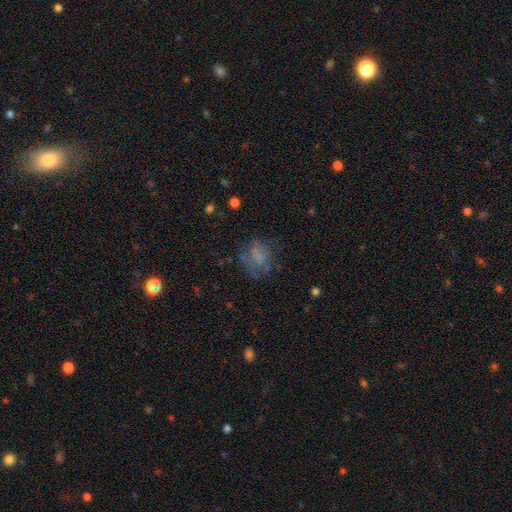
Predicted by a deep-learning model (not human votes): Overall: smooth (41%; featured or disk 35%). Merging: none (56%; major disturbance 21%).